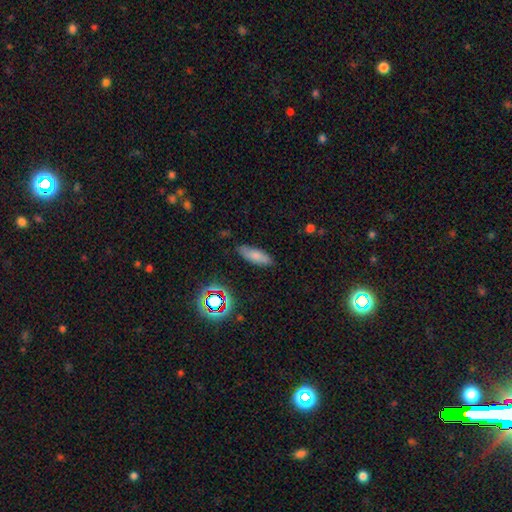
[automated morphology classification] Overall: smooth (75%). How rounded: in between (62%; cigar-shaped 35%). Merging: none (82%).